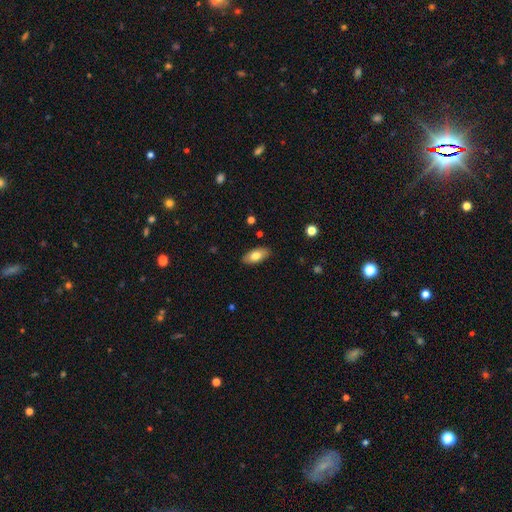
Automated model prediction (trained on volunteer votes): Overall: smooth (76%). How rounded: in between (90%). Merging: none (88%).